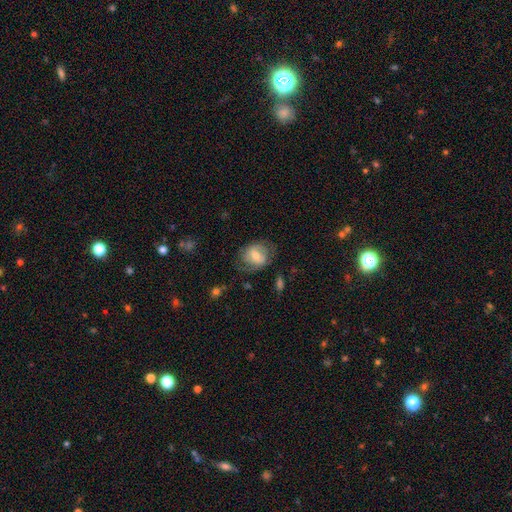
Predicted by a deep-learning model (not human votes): Smooth or featured: smooth — 50% (featured or disk — 42%)
How rounded: round — 50% (in between — 48%)
Merging: none — 61% (minor disturbance — 23%)